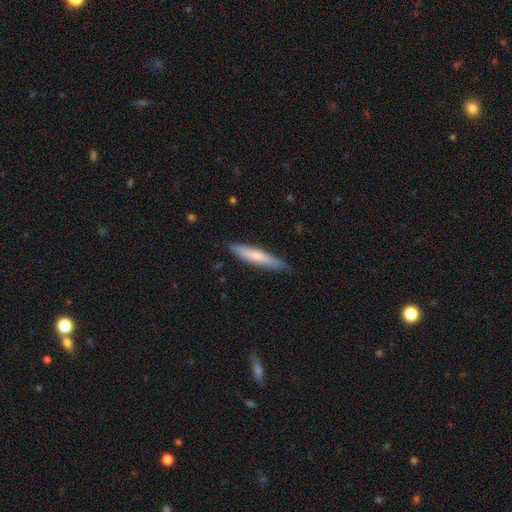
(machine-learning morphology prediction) smooth_or_featured: smooth (p=0.69) [alt: featured or disk p=0.25]
how_rounded: cigar-shaped (p=0.90) [alt: in between p=0.09]
merging: none (p=0.81) [alt: minor disturbance p=0.16]